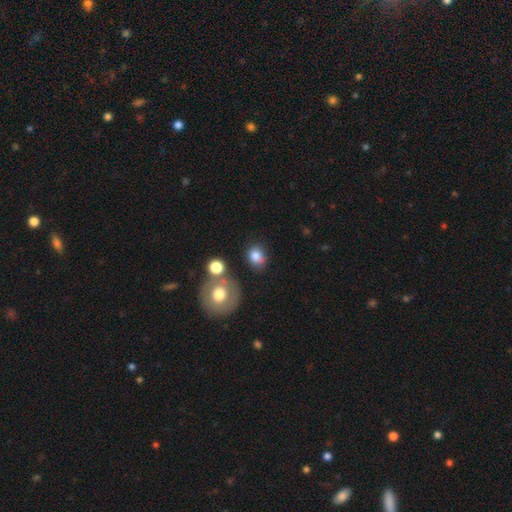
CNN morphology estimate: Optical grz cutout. It shows a smooth galaxy with no disk features (81%) that is round (63%). Merging: none (73%).